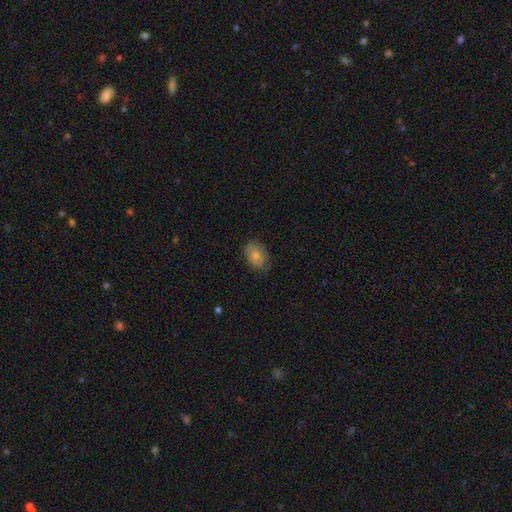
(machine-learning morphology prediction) Smooth or featured: smooth — 80% (featured or disk — 13%)
How rounded: in between — 76% (round — 23%)
Merging: none — 78% (minor disturbance — 18%)